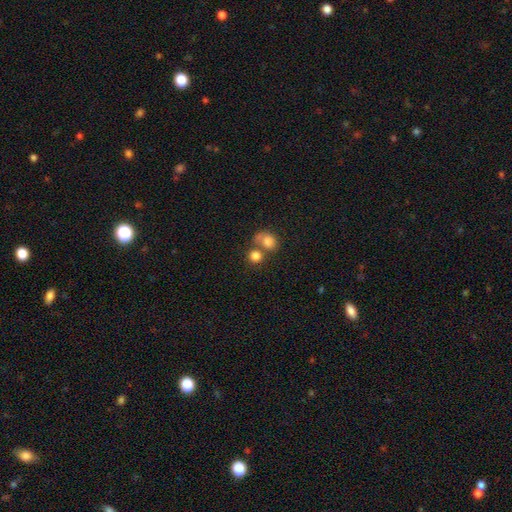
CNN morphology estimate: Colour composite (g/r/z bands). It shows a smooth galaxy with no disk features (80%) that is round (78%). Merging: merger (45%).